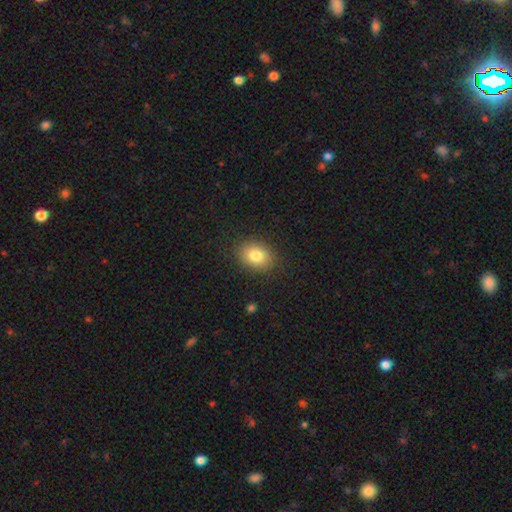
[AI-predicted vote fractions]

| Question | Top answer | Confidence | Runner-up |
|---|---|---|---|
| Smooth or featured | smooth | 82% | star or artifact (9%) |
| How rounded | in between | 67% | round (32%) |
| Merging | none | 87% | minor disturbance (9%) |